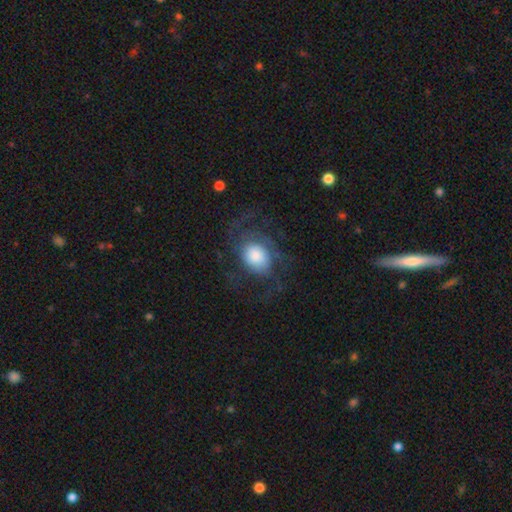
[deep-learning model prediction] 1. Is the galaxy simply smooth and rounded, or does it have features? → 58% featured or disk, 33% smooth, 9% star or artifact.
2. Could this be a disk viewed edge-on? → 97% no, 3% yes.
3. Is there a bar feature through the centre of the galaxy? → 80% no, 17% weak, 3% strong.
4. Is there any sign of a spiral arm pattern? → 84% yes, 16% no.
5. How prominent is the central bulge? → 45% large, 22% moderate, 19% dominant, 11% small, 3% none.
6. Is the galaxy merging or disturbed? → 53% none, 28% major disturbance, 17% minor disturbance, 1% merger.